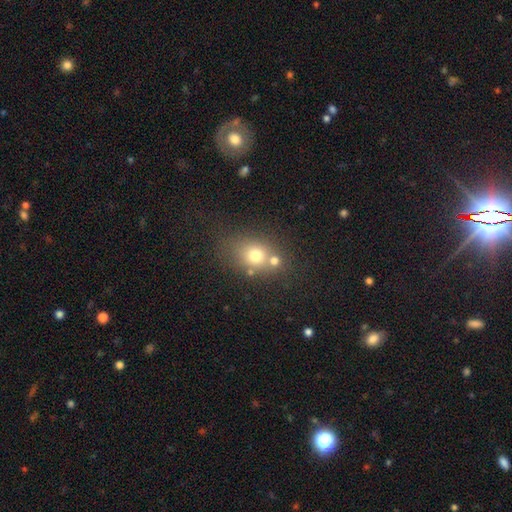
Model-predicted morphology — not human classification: Smooth or featured: smooth — 70% (featured or disk — 15%)
How rounded: round — 60% (in between — 38%)
Merging: none — 51% (merger — 33%)